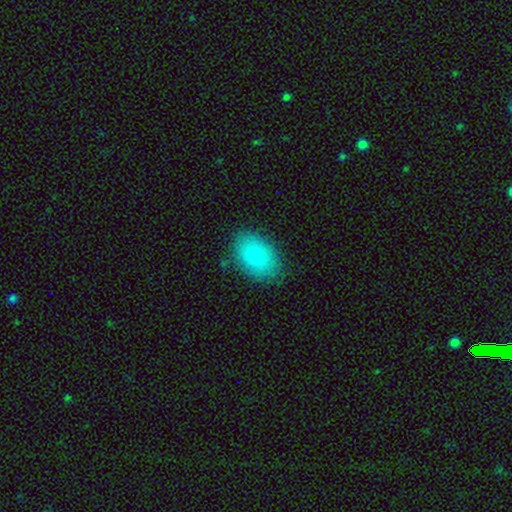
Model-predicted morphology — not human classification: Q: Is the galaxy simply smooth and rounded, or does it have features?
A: smooth — 88%.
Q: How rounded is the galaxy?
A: in between — 90%.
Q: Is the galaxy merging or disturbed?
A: none — 83%.